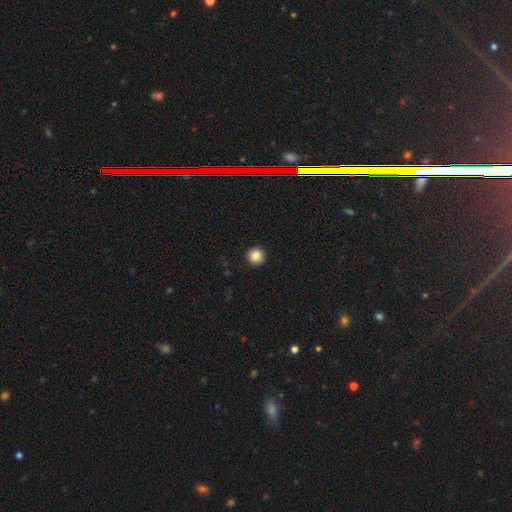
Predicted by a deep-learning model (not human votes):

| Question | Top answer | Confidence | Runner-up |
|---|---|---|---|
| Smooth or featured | smooth | 85% | star or artifact (10%) |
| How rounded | round | 96% | in between (3%) |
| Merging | none | 94% | minor disturbance (4%) |